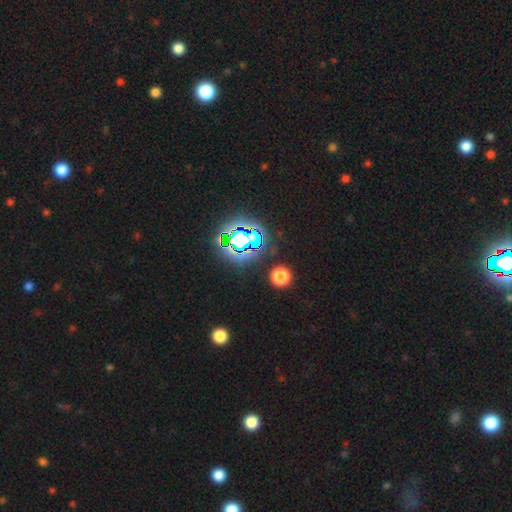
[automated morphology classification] A star or artifact, not a galaxy (82%).

Vote fractions:
- Smooth or featured? star or artifact: 82% / smooth: 12% / featured or disk: 7%